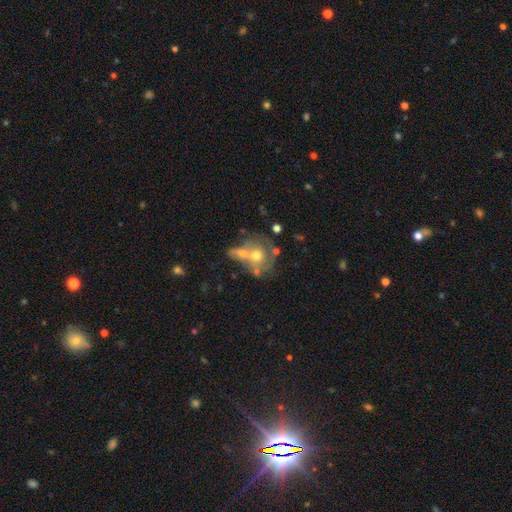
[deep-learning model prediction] This appears to be a featured or disk galaxy (46%). Merging: merger (53%).